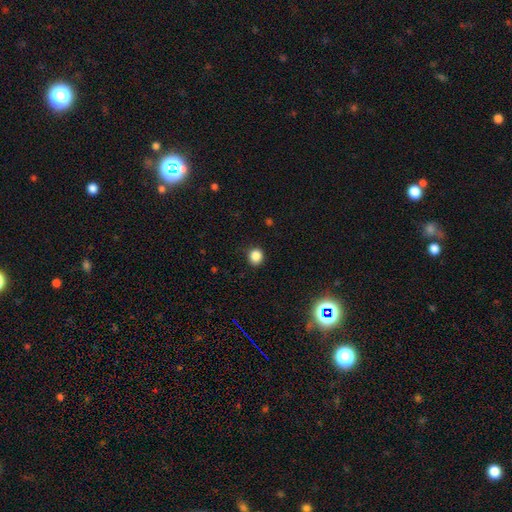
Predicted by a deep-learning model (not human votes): smooth-or-featured: smooth: 85% | star or artifact: 12% | featured or disk: 3%
  how-rounded: round: 81% | in between: 18% | cigar-shaped: 1%
  merging: none: 88% | minor disturbance: 8% | major disturbance: 2% | merger: 1%